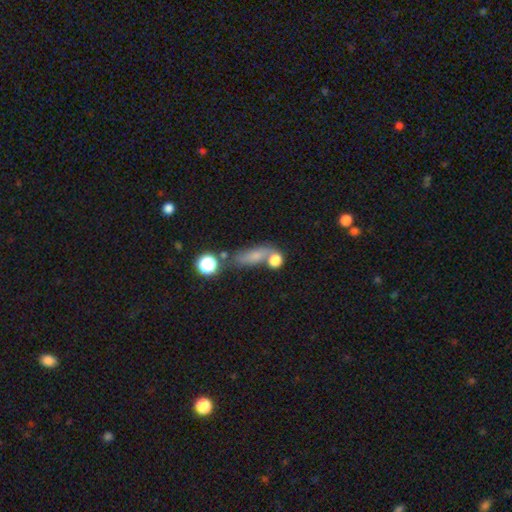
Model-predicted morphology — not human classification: Smooth or featured? smooth (64%)
How rounded? in between (46%)
Merging? none (52%)